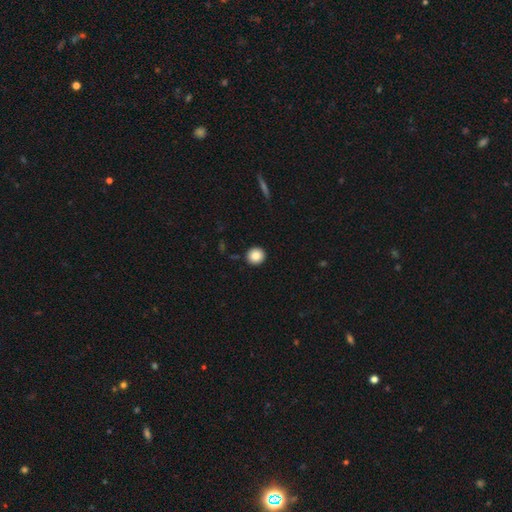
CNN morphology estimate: The model was most divided on "smooth or featured": smooth: 86%, star or artifact: 9%, featured or disk: 5%. More confident: how rounded — round (94%); merging — none (93%).